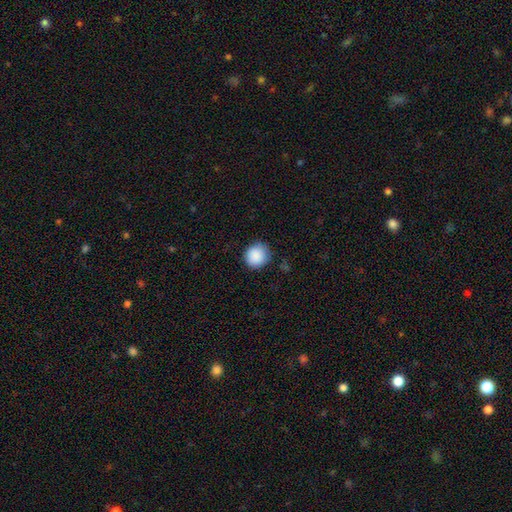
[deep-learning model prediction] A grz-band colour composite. It shows a smooth galaxy with no disk features (89%) that is round (91%). Merging: none (86%).